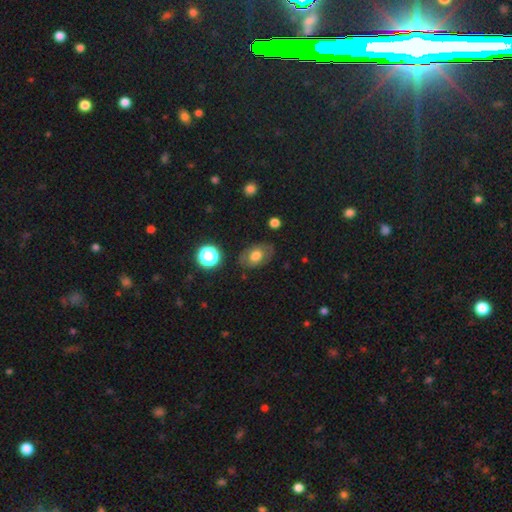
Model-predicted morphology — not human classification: type=smooth (65%); roundness=in between (78%); merging=none (77%).